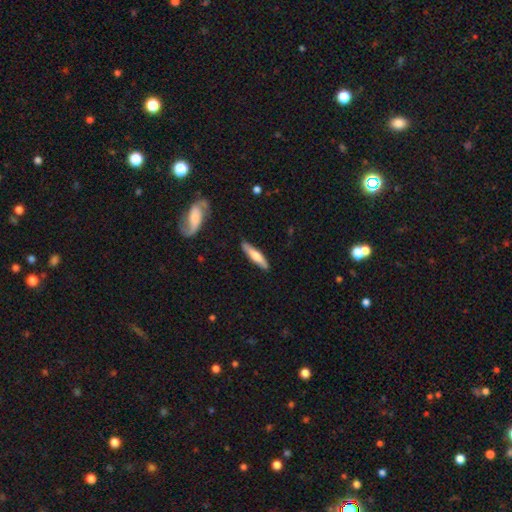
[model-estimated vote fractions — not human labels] smooth_or_featured: smooth (p=0.60) [alt: featured or disk p=0.35]
how_rounded: cigar-shaped (p=0.82) [alt: in between p=0.17]
merging: none (p=0.85) [alt: minor disturbance p=0.12]